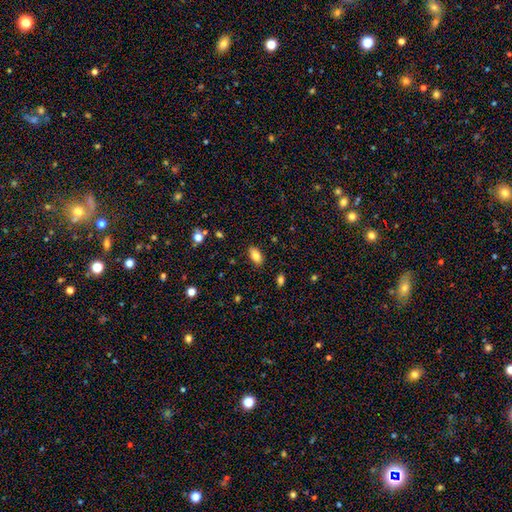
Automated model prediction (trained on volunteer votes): smooth 84%, star or artifact 9%, featured or disk 7%. Down the decision tree: how rounded — in between (91%); merging — none (86%).